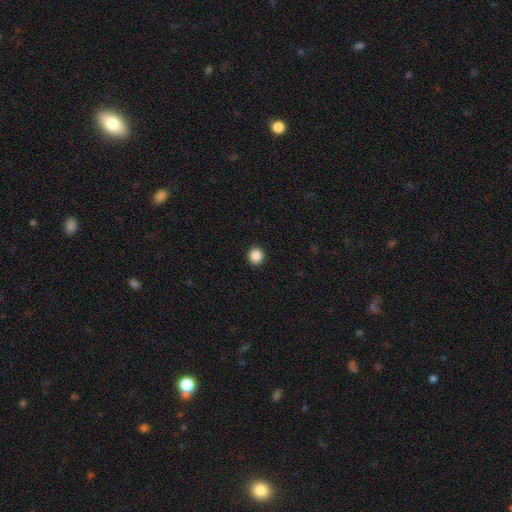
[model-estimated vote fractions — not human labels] A smooth galaxy with no disk features (88%) that is round (89%). Merging: none (93%).